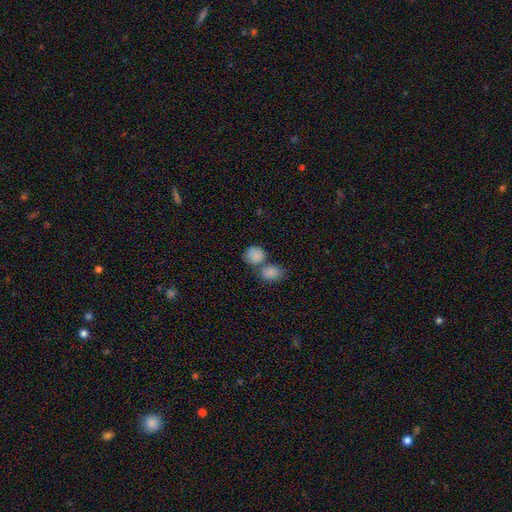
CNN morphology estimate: Overall: smooth (86%). How rounded: round (62%; in between 36%). Merging: merger (47%; none 40%).